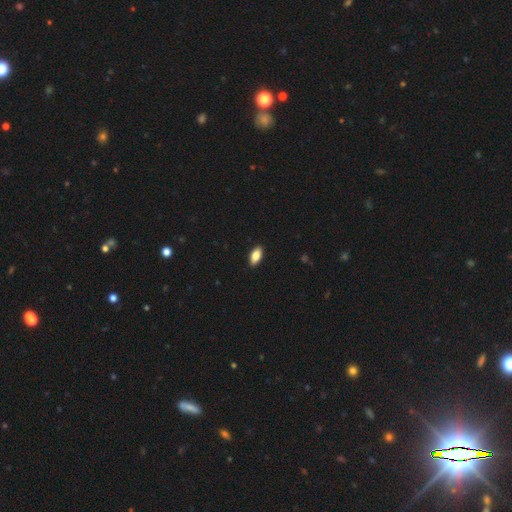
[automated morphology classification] This appears to be a smooth galaxy with no disk features (82%) that is in between round and cigar-shaped (90%). Merging: none (90%).